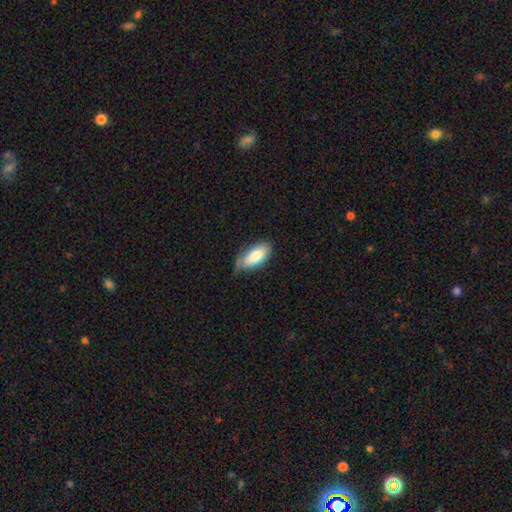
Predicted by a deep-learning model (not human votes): Morphology: type=smooth (79%); roundness=in between (90%); merging=none (47%).